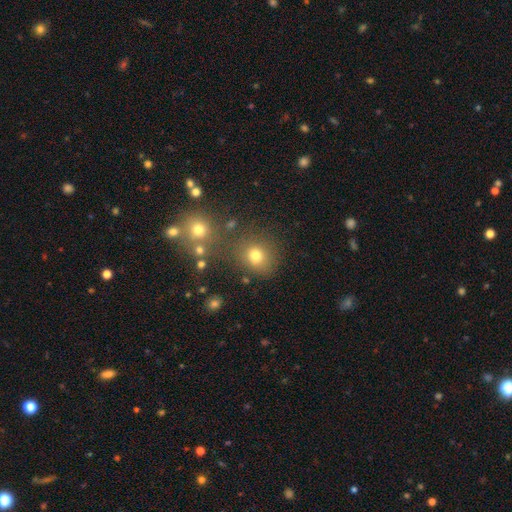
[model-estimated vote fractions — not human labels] smooth_or_featured: smooth (p=0.74) [alt: star or artifact p=0.18]
how_rounded: round (p=0.78) [alt: in between p=0.21]
merging: none (p=0.72) [alt: merger p=0.12]